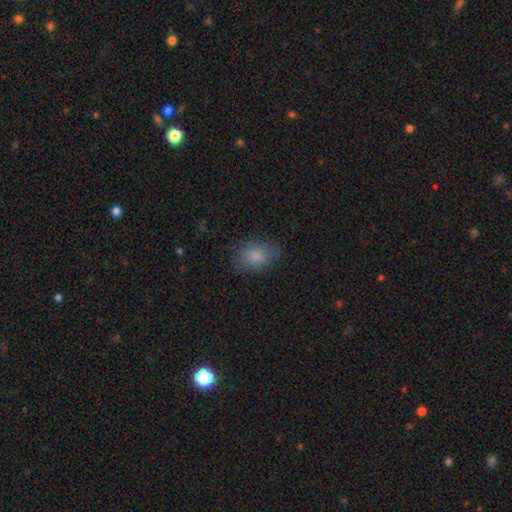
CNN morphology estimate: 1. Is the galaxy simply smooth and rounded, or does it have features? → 83% smooth, 9% star or artifact, 8% featured or disk.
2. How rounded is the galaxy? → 71% in between, 28% round, 1% cigar-shaped.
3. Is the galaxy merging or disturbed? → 73% none, 20% minor disturbance, 6% major disturbance, 1% merger.